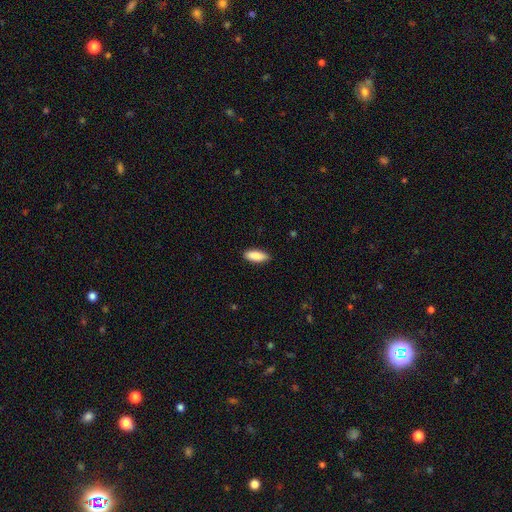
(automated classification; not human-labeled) Smooth or featured? smooth (88%)
How rounded? in between (73%)
Merging? none (88%)